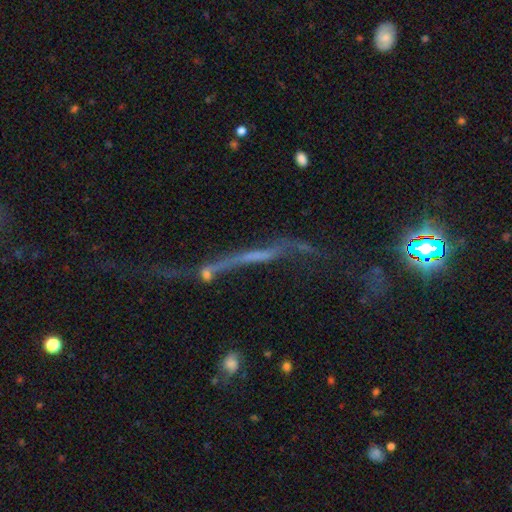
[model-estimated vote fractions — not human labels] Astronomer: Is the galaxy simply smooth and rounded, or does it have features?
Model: featured or disk — 57%.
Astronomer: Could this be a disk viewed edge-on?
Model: yes — 61% (runner-up: no, 39%).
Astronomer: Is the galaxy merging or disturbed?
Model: none — 37% (runner-up: major disturbance, 26%).